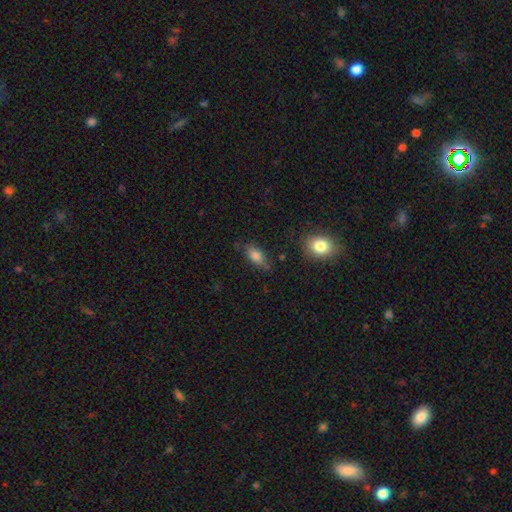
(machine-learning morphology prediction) smooth-or-featured: smooth: 78% | featured or disk: 13% | star or artifact: 9%
  how-rounded: in between: 84% | cigar-shaped: 10% | round: 6%
  merging: none: 66% | minor disturbance: 24% | major disturbance: 7% | merger: 3%